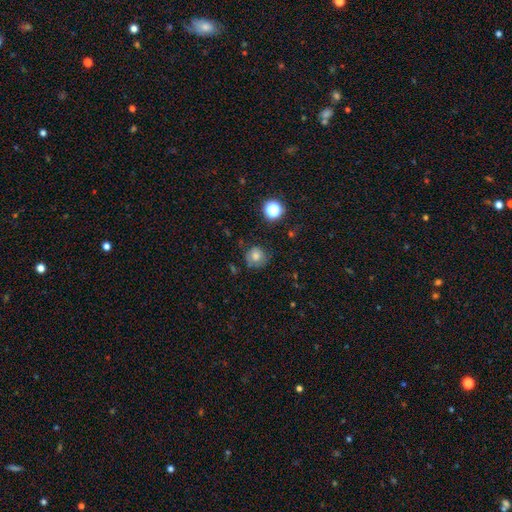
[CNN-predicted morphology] Overall: smooth (71%). How rounded: round (89%). Merging: none (69%).